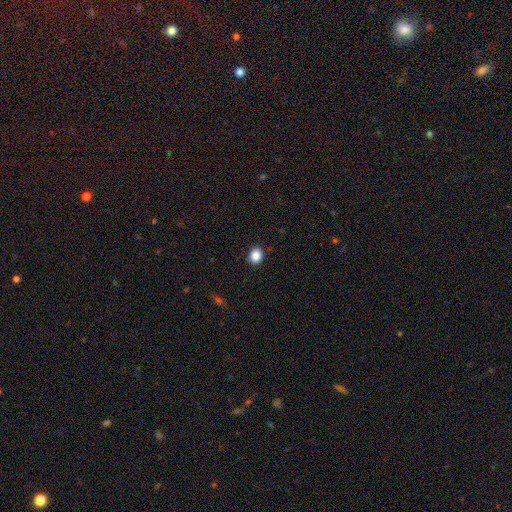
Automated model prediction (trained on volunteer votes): Overall: smooth (87%). How rounded: round (62%; in between 37%). Merging: none (90%).